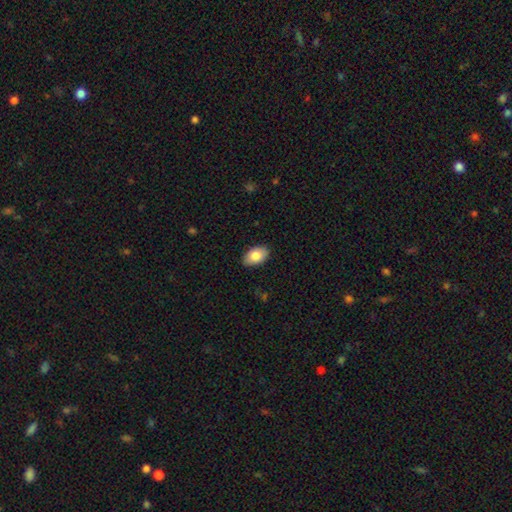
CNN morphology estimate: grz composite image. It shows a smooth galaxy with no disk features (83%) that is in between round and cigar-shaped (91%). Merging: none (87%).